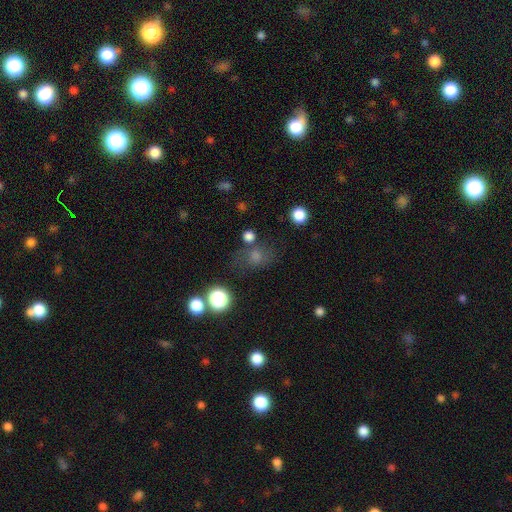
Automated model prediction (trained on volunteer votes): smooth_or_featured: smooth (p=0.57) [alt: star or artifact p=0.29]
how_rounded: round (p=0.55) [alt: in between p=0.43]
merging: none (p=0.66) [alt: minor disturbance p=0.16]